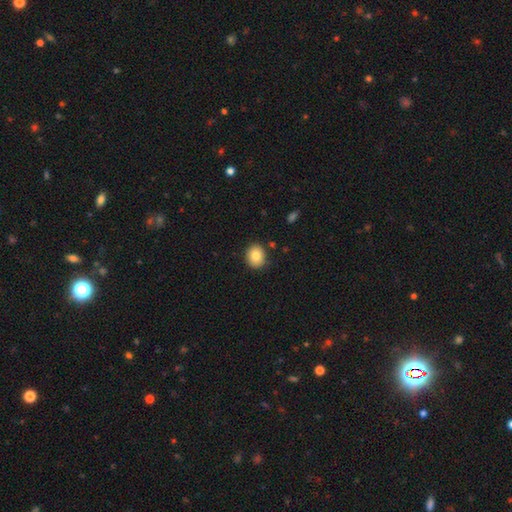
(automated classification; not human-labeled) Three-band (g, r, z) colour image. It shows a smooth galaxy with no disk features (82%) that is round (68%). Merging: none (87%).